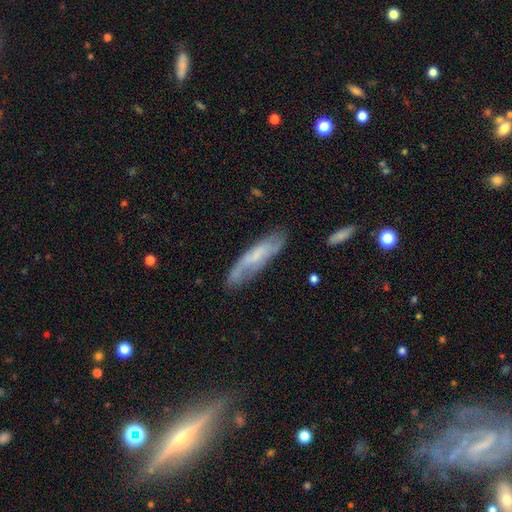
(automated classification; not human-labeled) Smooth or featured? featured or disk (49%)
Merging? none (72%)